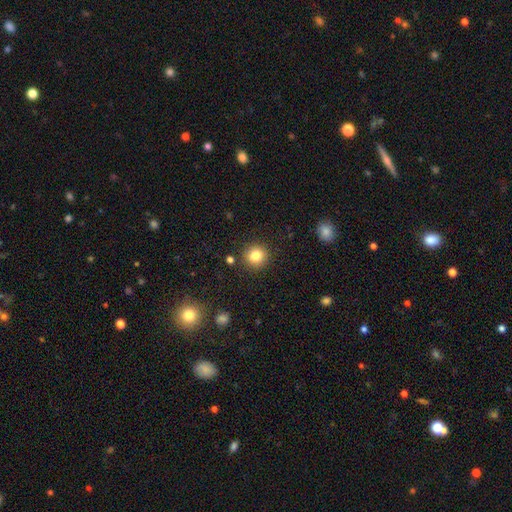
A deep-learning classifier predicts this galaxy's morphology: Q: Smooth or featured?
A: smooth (83%); runner-up: star or artifact (11%)
Q: How rounded?
A: round (92%); runner-up: in between (7%)
Q: Merging?
A: none (90%); runner-up: minor disturbance (6%)